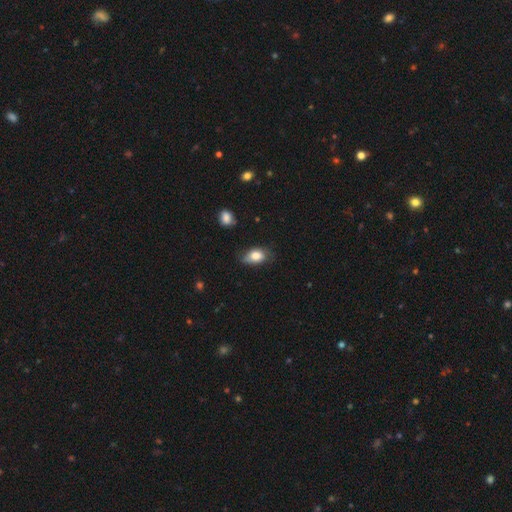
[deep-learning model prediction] Morphology: type=smooth (80%); roundness=in between (88%); merging=none (61%).